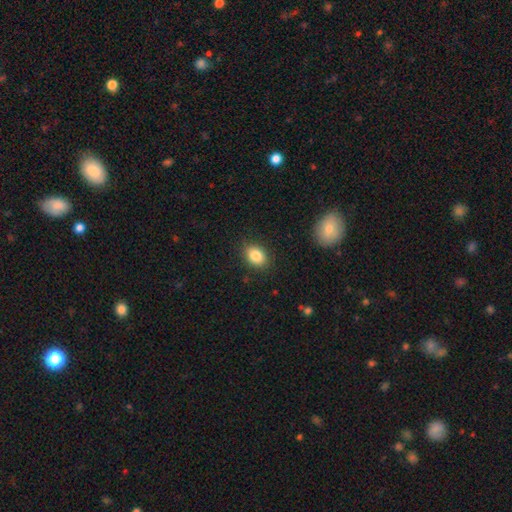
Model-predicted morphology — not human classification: Smooth or featured: smooth — 85% (star or artifact — 9%)
How rounded: in between — 69% (round — 29%)
Merging: none — 87% (minor disturbance — 10%)